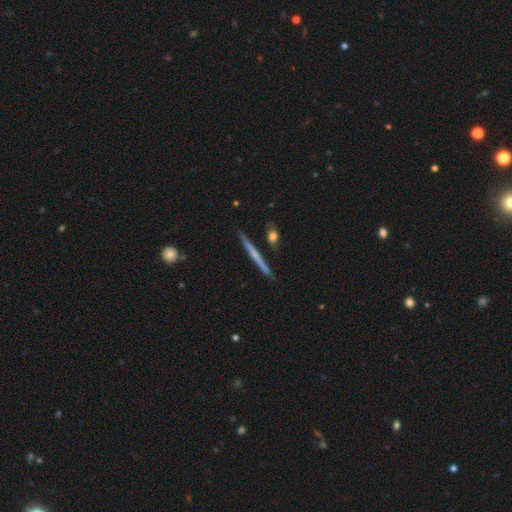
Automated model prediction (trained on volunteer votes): smooth_or_featured: featured or disk (p=0.57) [alt: smooth p=0.38]
disk_edge_on: yes (p=0.97) [alt: no p=0.03]
edge_on_bulge: none (p=0.74) [alt: rounded p=0.20]
merging: none (p=0.90) [alt: minor disturbance p=0.07]